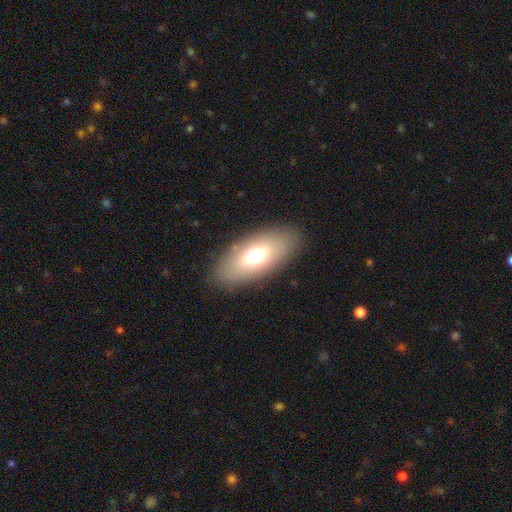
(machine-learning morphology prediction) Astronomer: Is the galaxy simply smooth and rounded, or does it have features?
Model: smooth — 67%.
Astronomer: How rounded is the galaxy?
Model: in between — 88%.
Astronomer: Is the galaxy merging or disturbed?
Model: none — 86%.